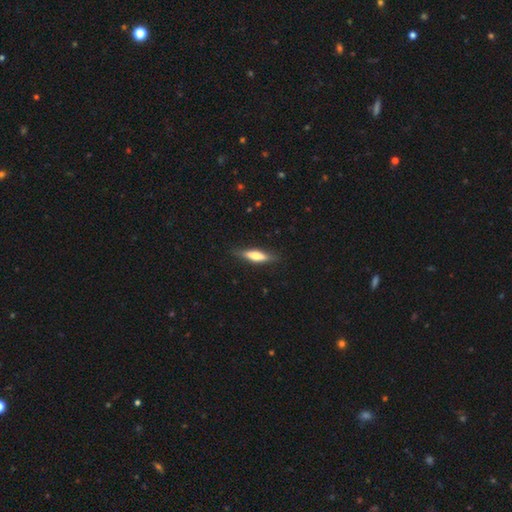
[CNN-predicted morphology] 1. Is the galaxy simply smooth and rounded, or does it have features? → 55% smooth, 39% featured or disk, 6% star or artifact.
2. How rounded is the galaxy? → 70% cigar-shaped, 28% in between, 2% round.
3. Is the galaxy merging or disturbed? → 83% none, 13% minor disturbance, 3% major disturbance, 1% merger.